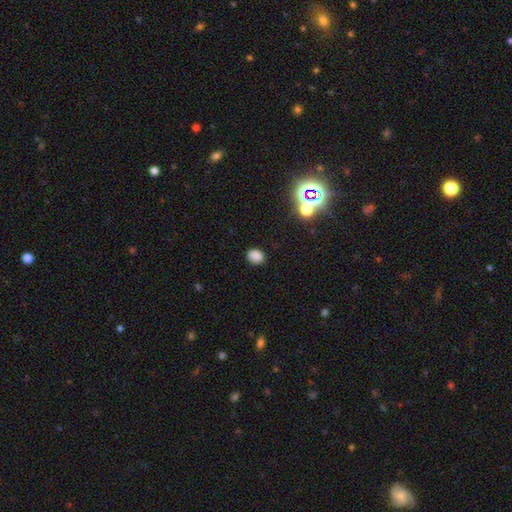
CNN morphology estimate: Smooth or featured? Predicted: smooth (p=0.83). How rounded? Predicted: in between (p=0.54). Merging? Predicted: none (p=0.85).